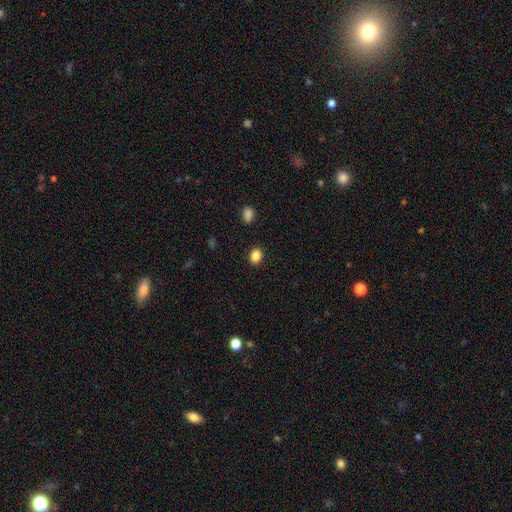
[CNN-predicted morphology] A smooth galaxy with no disk features (86%) that is in between round and cigar-shaped (54%). Merging: none (88%).